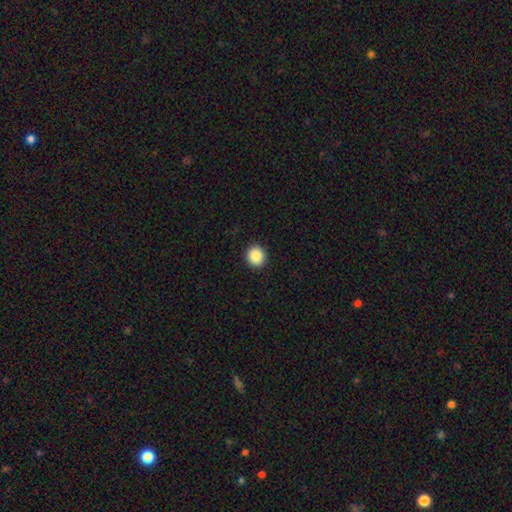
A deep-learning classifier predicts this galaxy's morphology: A smooth galaxy with no disk features (89%) that is round (88%).

Vote fractions:
- Smooth or featured? smooth: 89% / star or artifact: 8% / featured or disk: 3%
- How rounded? round: 88% / in between: 11% / cigar-shaped: 1%
- Merging? none: 92% / minor disturbance: 5% / major disturbance: 2% / merger: 1%